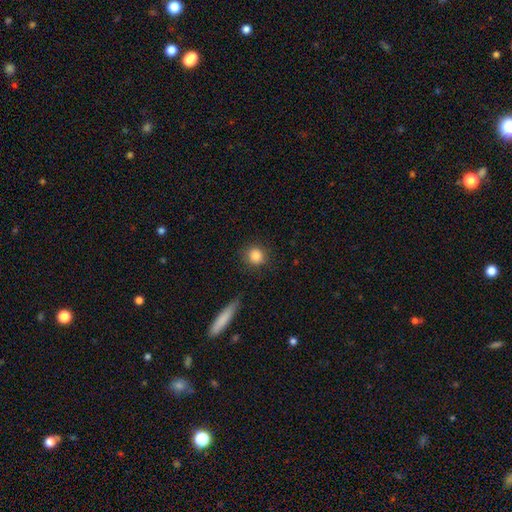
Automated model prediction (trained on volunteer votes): Overall: smooth (86%). How rounded: round (89%). Merging: none (86%).